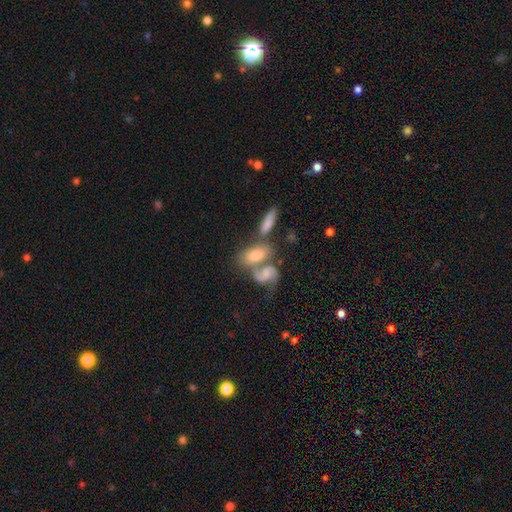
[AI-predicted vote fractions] Overall: featured or disk (49%; smooth 41%). Merging: merger (52%; none 28%).